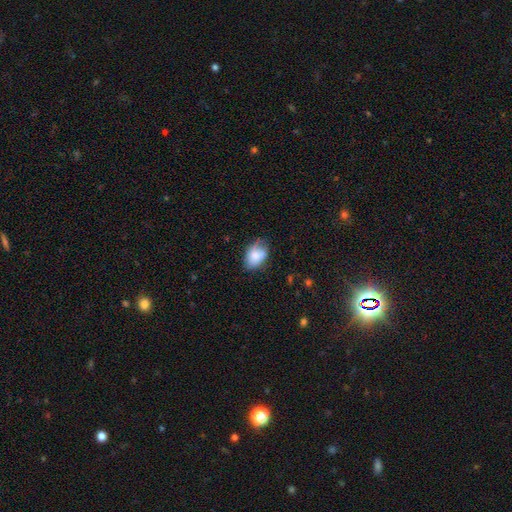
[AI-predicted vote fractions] A smooth galaxy with no disk features (78%) that is in between round and cigar-shaped (84%). Merging: none (58%).